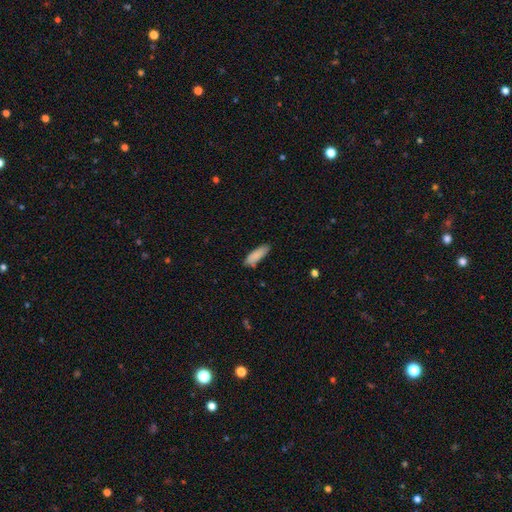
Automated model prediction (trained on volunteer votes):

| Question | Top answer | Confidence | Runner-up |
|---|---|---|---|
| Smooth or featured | smooth | 87% | featured or disk (7%) |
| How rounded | in between | 49% | tied: cigar-shaped (49%) |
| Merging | none | 79% | minor disturbance (16%) |